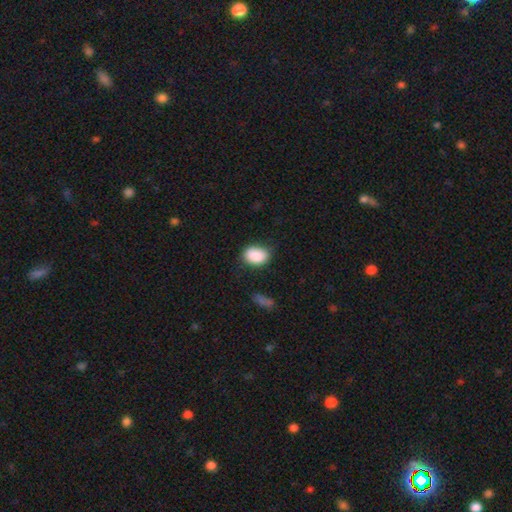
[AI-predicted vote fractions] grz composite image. It shows a smooth galaxy with no disk features (89%) that is in between round and cigar-shaped (77%). Merging: none (75%).